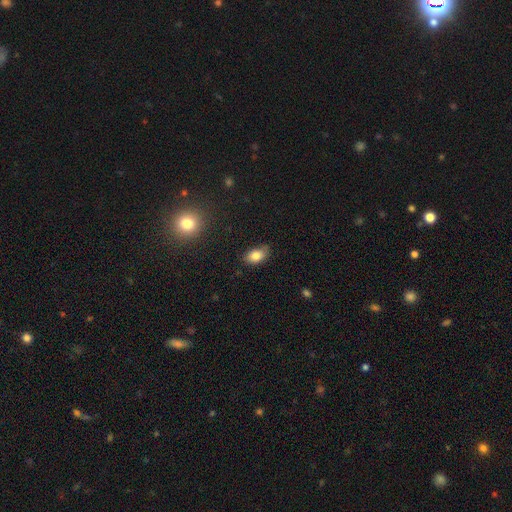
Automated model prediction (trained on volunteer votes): Morphology: type=smooth (83%); roundness=in between (88%); merging=none (74%).